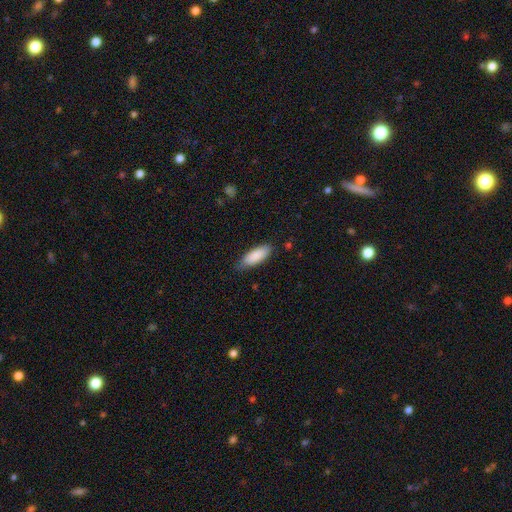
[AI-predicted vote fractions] smooth_or_featured: smooth (p=0.88) [alt: featured or disk p=0.06]
how_rounded: in between (p=0.72) [alt: cigar-shaped p=0.27]
merging: none (p=0.80) [alt: minor disturbance p=0.17]